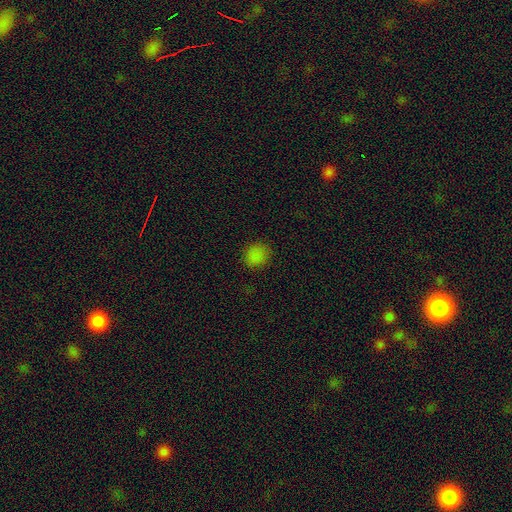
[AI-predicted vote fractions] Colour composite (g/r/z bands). It shows a smooth galaxy with no disk features (82%) that is round (80%). Merging: none (86%).